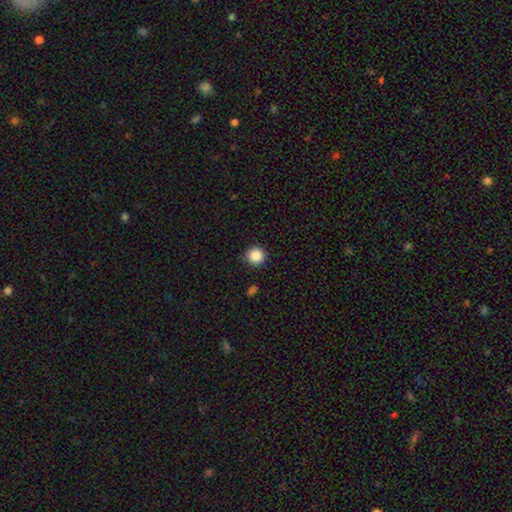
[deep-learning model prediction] A smooth galaxy with no disk features (88%) that is round (93%). Merging: none (88%).